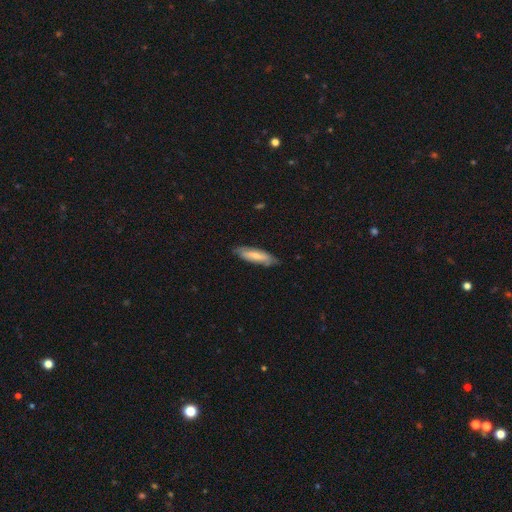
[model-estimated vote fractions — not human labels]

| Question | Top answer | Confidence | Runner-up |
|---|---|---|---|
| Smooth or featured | smooth | 56% | featured or disk (39%) |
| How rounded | cigar-shaped | 57% | in between (42%) |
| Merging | none | 77% | minor disturbance (18%) |